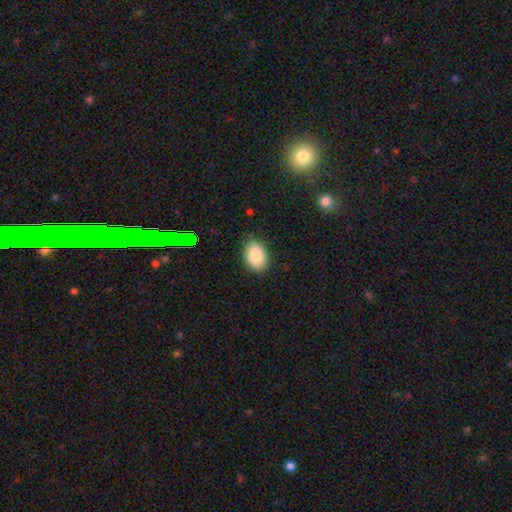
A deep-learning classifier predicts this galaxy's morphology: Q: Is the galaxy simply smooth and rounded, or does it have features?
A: smooth — 87%.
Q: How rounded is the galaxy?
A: in between — 83%.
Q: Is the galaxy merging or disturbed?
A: none — 83%.